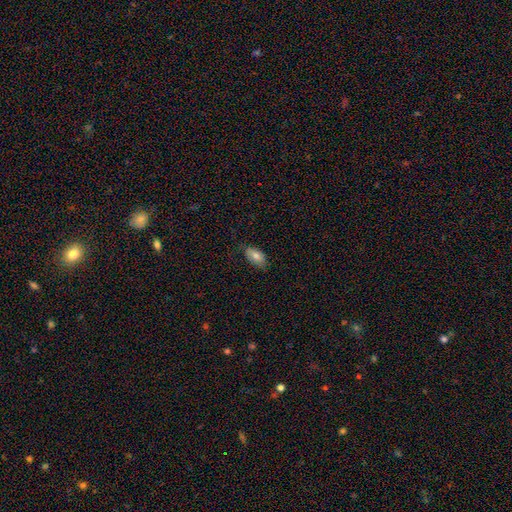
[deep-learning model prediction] Smooth or featured? smooth (76%)
How rounded? in between (93%)
Merging? none (74%)